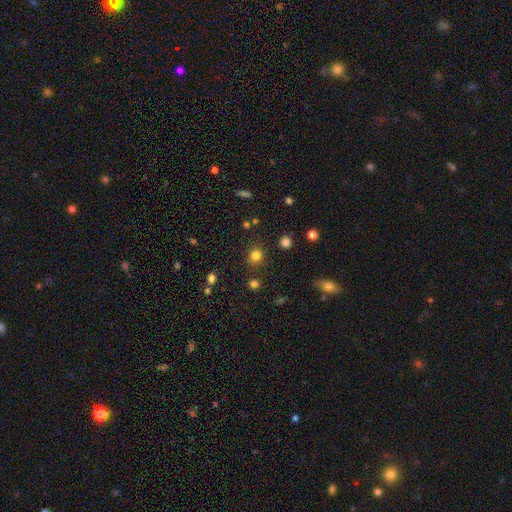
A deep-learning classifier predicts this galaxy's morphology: smooth 80%, star or artifact 15%, featured or disk 5%. Down the decision tree: how rounded — round (87%); merging — none (87%).